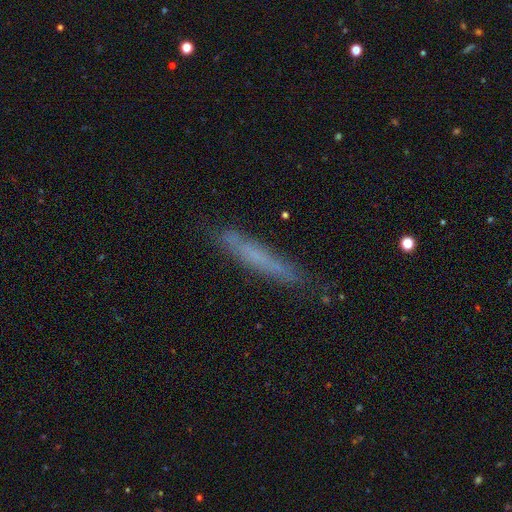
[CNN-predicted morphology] This appears to be a smooth galaxy with no disk features (54%) that is cigar-shaped (93%). Merging: none (79%).